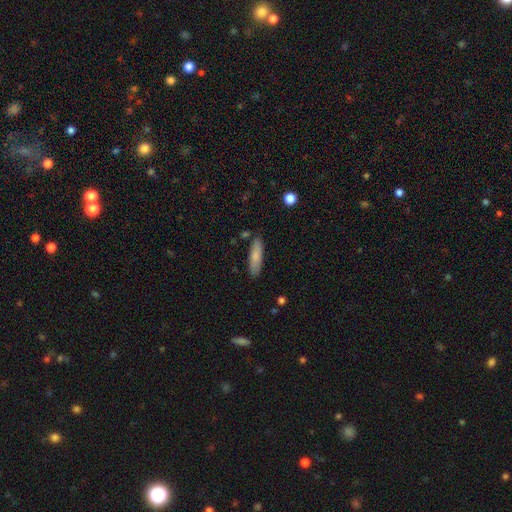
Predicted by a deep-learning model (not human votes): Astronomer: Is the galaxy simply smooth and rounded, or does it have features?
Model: smooth — 78%.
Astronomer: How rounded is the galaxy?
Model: cigar-shaped — 67%.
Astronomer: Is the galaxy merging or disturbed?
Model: none — 83%.